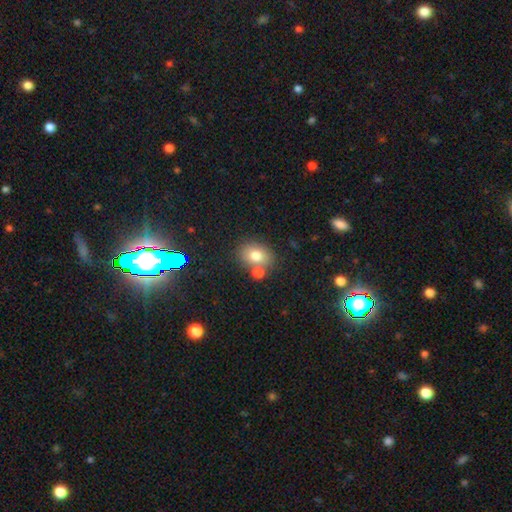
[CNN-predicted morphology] smooth 76%, featured or disk 12%, star or artifact 11%. Down the decision tree: how rounded — in between (56%); merging — none (62%).